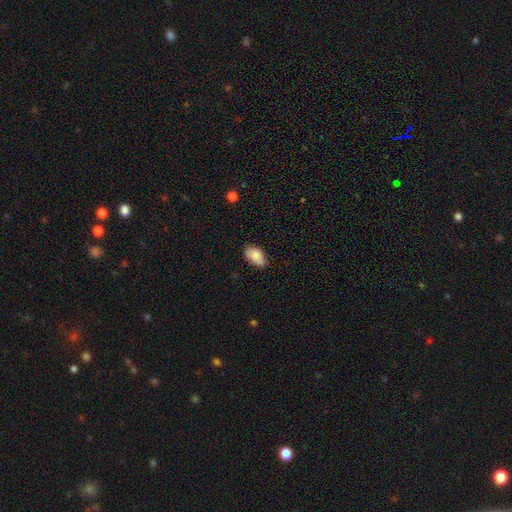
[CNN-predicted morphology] smooth 83%, featured or disk 10%, star or artifact 7%. Down the decision tree: how rounded — in between (93%); merging — none (67%).